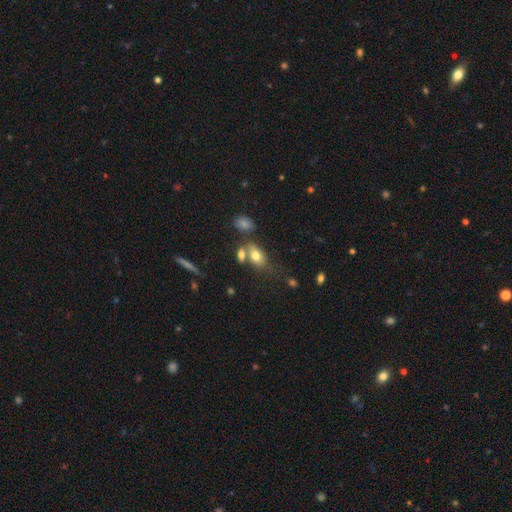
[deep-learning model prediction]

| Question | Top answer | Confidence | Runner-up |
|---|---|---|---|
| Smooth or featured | smooth | 75% | featured or disk (16%) |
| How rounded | in between | 85% | round (11%) |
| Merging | none | 47% | merger (30%) |